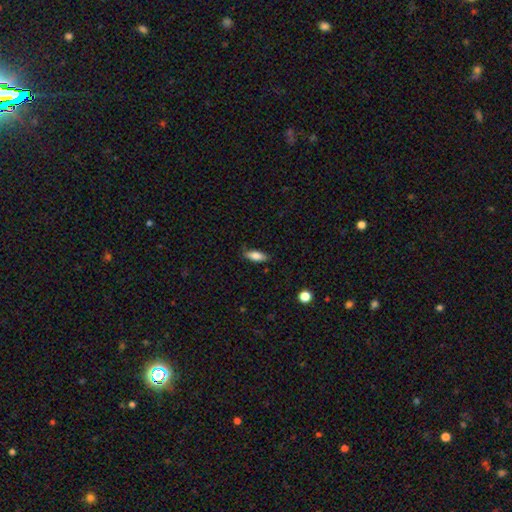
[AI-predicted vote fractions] Smooth or featured? Predicted: smooth (p=0.82). How rounded? Predicted: in between (p=0.76). Merging? Predicted: none (p=0.80).